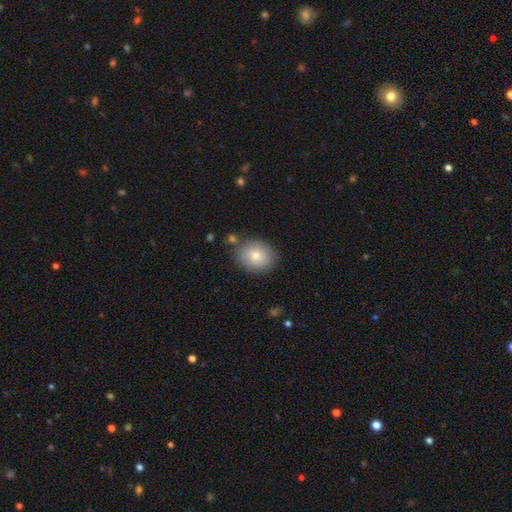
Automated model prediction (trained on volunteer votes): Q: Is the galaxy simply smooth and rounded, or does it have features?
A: smooth — 79%.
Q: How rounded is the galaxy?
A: round — 56%.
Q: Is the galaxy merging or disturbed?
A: none — 78%.